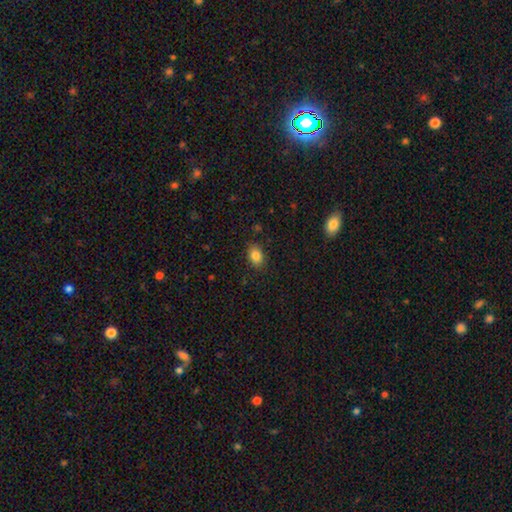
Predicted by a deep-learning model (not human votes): Morphology: type=smooth (85%); roundness=in between (80%); merging=none (86%).